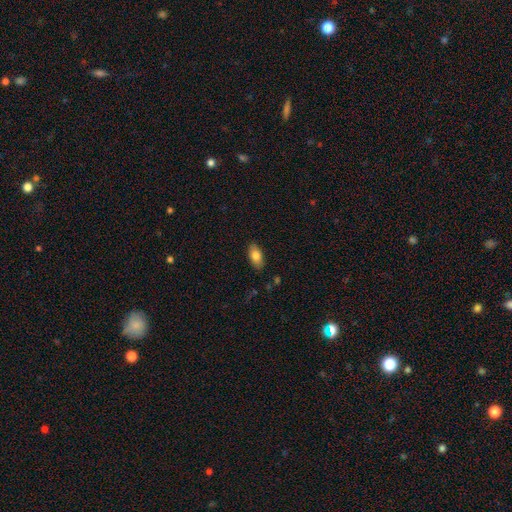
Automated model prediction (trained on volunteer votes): Q: Smooth or featured?
A: smooth (80%); runner-up: featured or disk (13%)
Q: How rounded?
A: in between (91%); runner-up: cigar-shaped (5%)
Q: Merging?
A: none (86%); runner-up: minor disturbance (10%)